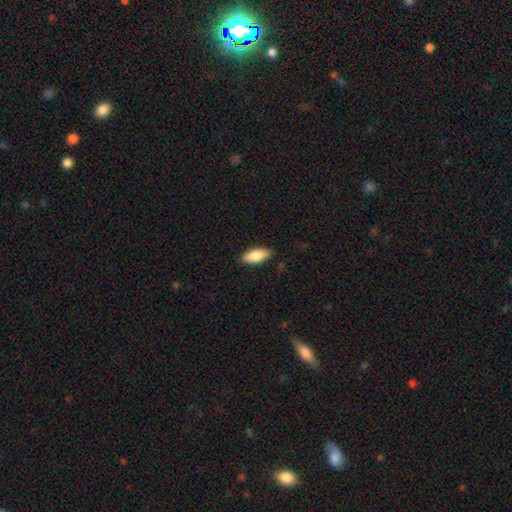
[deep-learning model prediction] Overall: smooth (81%). How rounded: in between (84%). Merging: none (86%).